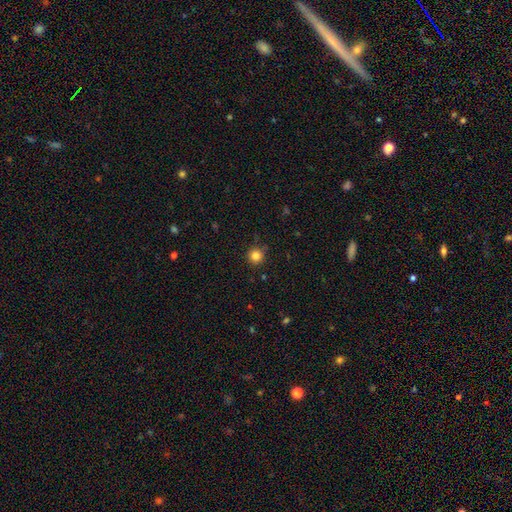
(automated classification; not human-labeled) Smooth or featured?
  - smooth: 83% *
  - star or artifact: 12%
  - featured or disk: 5%
How rounded?
  - round: 95% *
  - in between: 5%
  - cigar-shaped: 1%
Merging?
  - none: 87% *
  - minor disturbance: 9%
  - major disturbance: 2%
  - merger: 2%